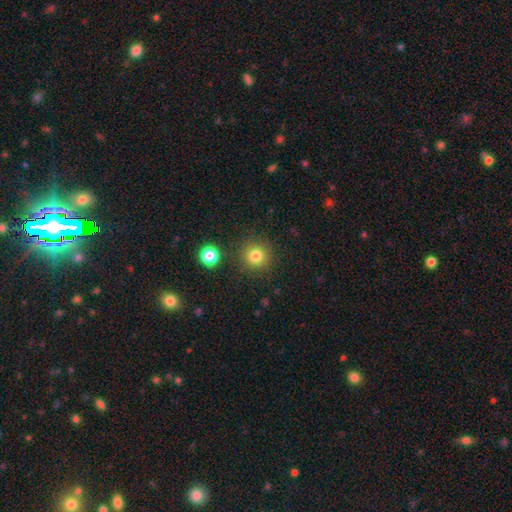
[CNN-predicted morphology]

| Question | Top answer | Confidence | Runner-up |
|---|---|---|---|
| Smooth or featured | smooth | 81% | star or artifact (13%) |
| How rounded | round | 94% | in between (5%) |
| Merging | none | 87% | minor disturbance (7%) |